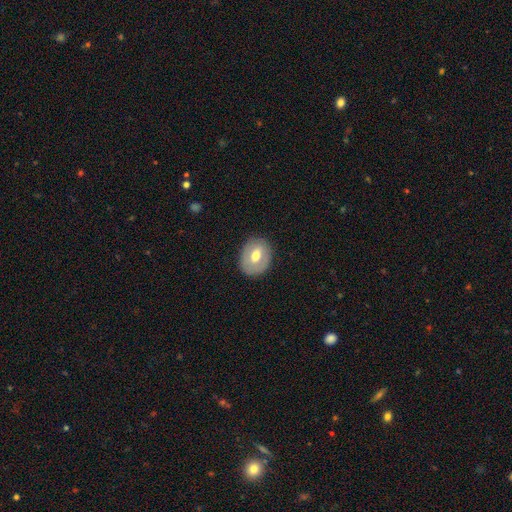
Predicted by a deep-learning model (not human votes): smooth-or-featured: smooth: 54% | featured or disk: 39% | star or artifact: 7%
  how-rounded: in between: 58% | round: 41% | cigar-shaped: 1%
  merging: none: 84% | minor disturbance: 12% | major disturbance: 4% | merger: 1%